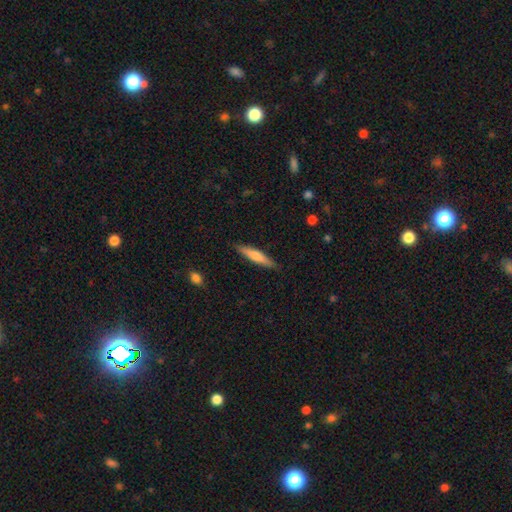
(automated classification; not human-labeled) This is likely a smooth galaxy (63%). How rounded: clearly cigar-shaped (88%). Merging: clearly none (88%).